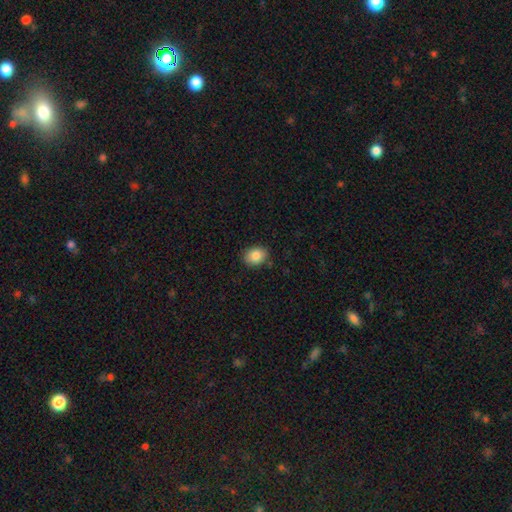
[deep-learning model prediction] smooth 86%, star or artifact 8%, featured or disk 6%. Down the decision tree: how rounded — in between (60%); merging — none (86%).